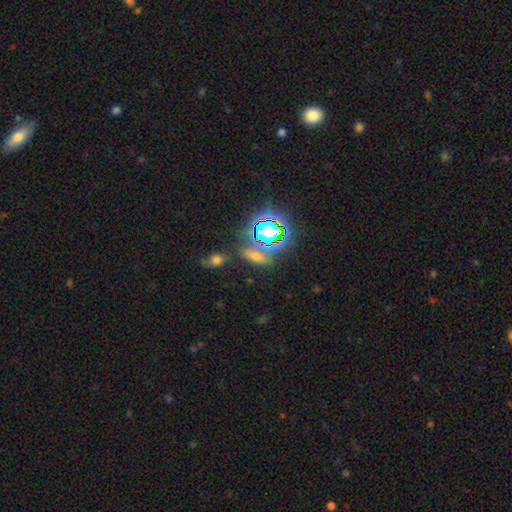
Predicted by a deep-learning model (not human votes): A star or artifact, not a galaxy (44%).